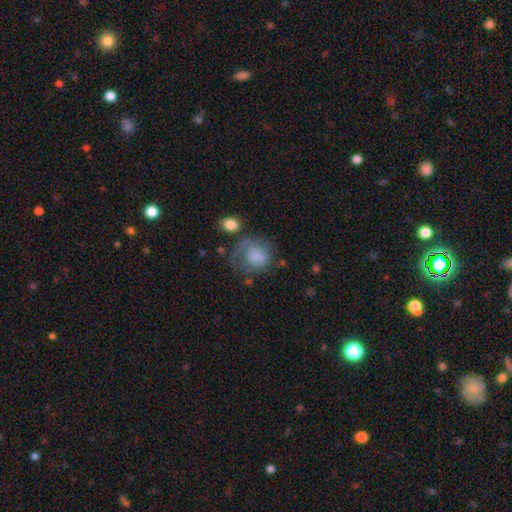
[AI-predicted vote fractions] This appears to be a smooth galaxy with no disk features (72%) that is round (69%). Merging: none (37%).